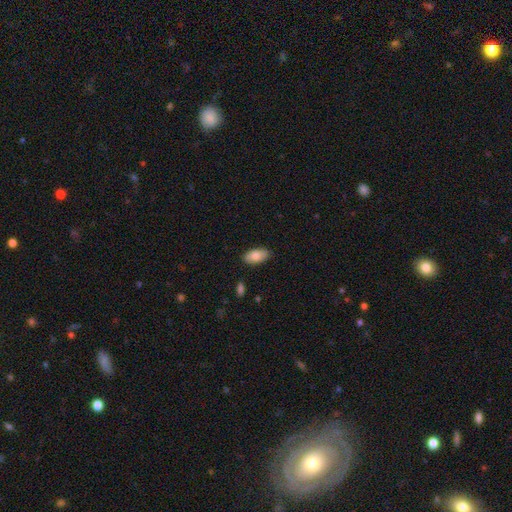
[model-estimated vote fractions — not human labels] Smooth or featured? smooth (83%)
How rounded? in between (93%)
Merging? none (86%)